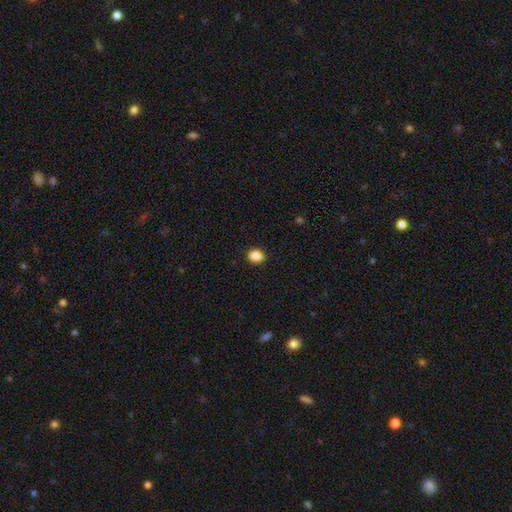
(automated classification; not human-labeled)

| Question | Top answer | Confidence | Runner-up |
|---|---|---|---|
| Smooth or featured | smooth | 87% | star or artifact (10%) |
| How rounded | round | 58% | in between (41%) |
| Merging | none | 91% | minor disturbance (6%) |